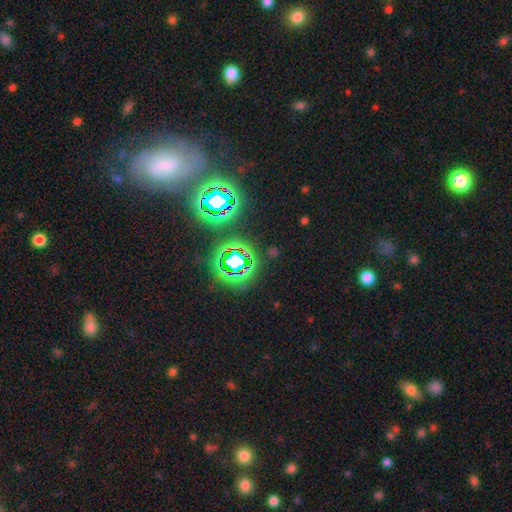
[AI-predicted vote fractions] Smooth or featured? Predicted: star or artifact (p=0.66).